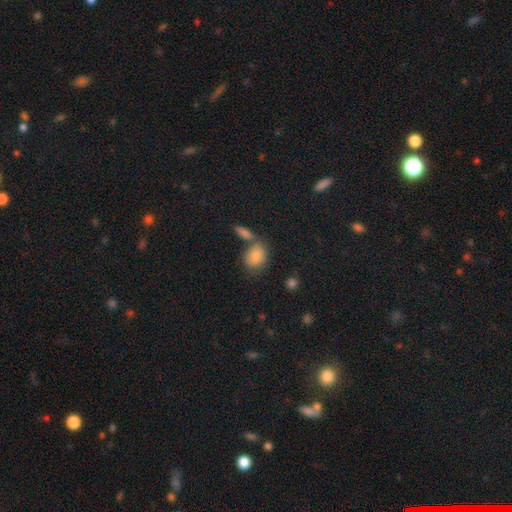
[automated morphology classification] Smooth or featured?
  - smooth: 84% *
  - featured or disk: 8%
  - star or artifact: 8%
How rounded?
  - in between: 60% *
  - round: 38%
  - cigar-shaped: 2%
Merging?
  - none: 53% *
  - merger: 27%
  - minor disturbance: 14%
  - major disturbance: 6%